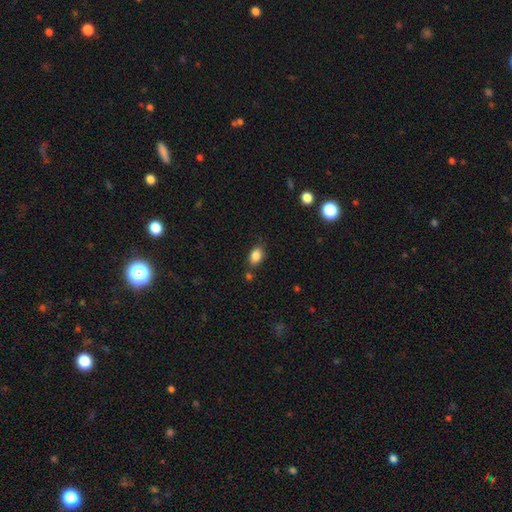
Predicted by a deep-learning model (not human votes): Smooth or featured?
  - smooth: 86% *
  - star or artifact: 9%
  - featured or disk: 5%
How rounded?
  - in between: 81% *
  - round: 17%
  - cigar-shaped: 2%
Merging?
  - none: 74% *
  - minor disturbance: 16%
  - merger: 6%
  - major disturbance: 4%